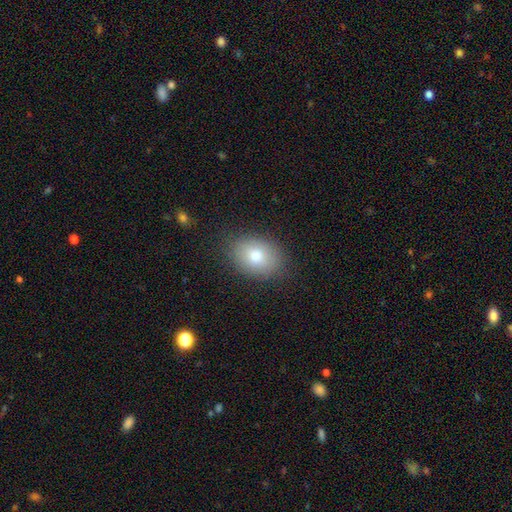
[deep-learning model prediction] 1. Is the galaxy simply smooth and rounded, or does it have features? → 80% smooth, 12% featured or disk, 9% star or artifact.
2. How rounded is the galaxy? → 73% in between, 26% round, 1% cigar-shaped.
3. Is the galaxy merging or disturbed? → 84% none, 12% minor disturbance, 3% major disturbance, 1% merger.